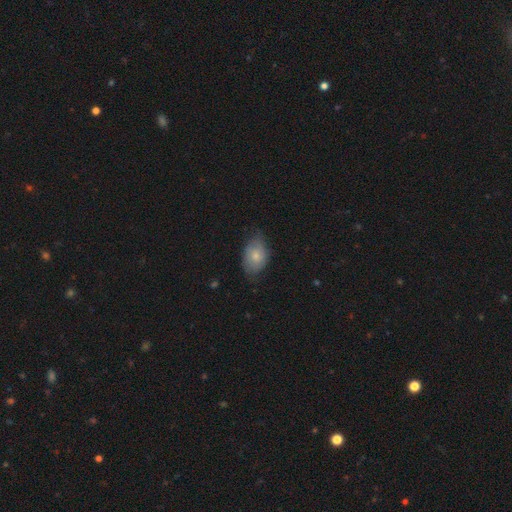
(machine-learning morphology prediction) This appears to be a smooth galaxy with no disk features (70%) that is in between round and cigar-shaped (82%). Merging: none (59%).